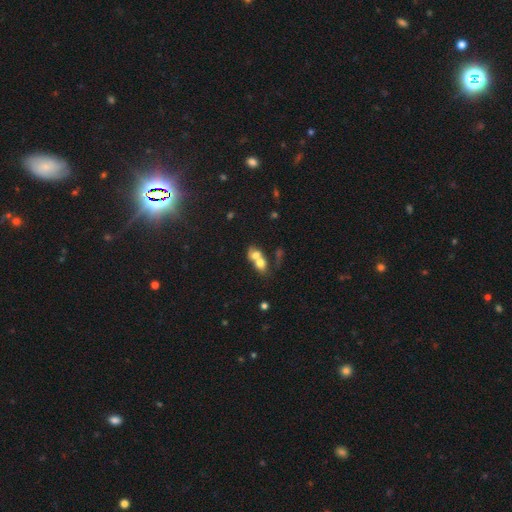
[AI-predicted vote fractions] Smooth or featured? Predicted: smooth (p=0.65). How rounded? Predicted: in between (p=0.54). Merging? Predicted: merger (p=0.74).